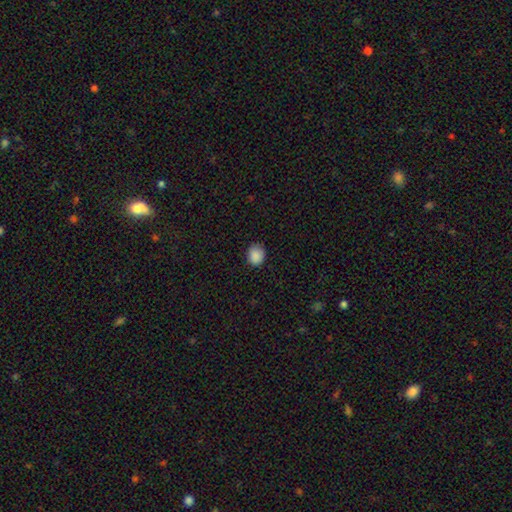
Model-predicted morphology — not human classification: Smooth or featured: smooth — 88% (star or artifact — 9%)
How rounded: round — 71% (in between — 28%)
Merging: none — 84% (minor disturbance — 12%)